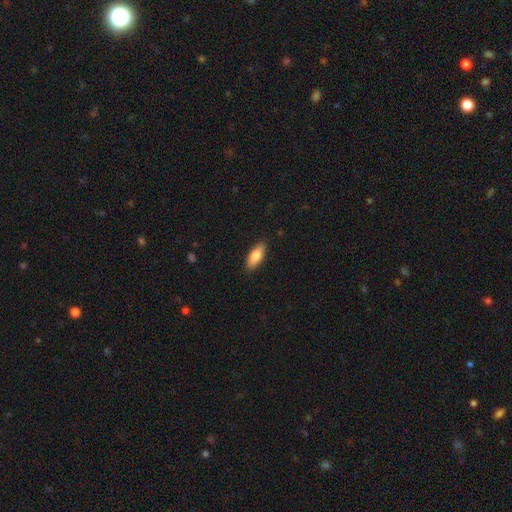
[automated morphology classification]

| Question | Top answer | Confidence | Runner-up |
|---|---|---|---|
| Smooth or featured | smooth | 80% | featured or disk (14%) |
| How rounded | in between | 73% | cigar-shaped (25%) |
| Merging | none | 89% | minor disturbance (9%) |